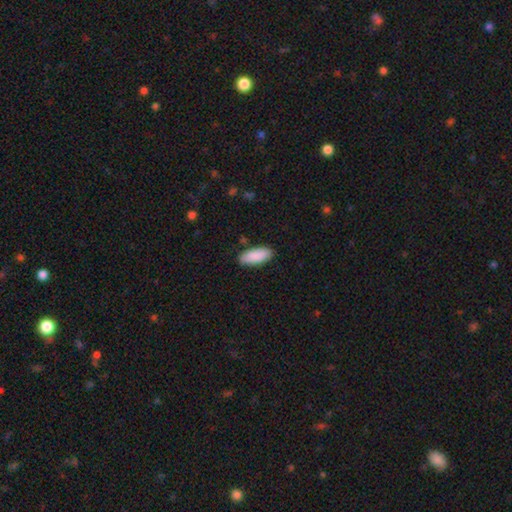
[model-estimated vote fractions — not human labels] Smooth or featured? smooth (89%)
How rounded? in between (81%)
Merging? none (86%)